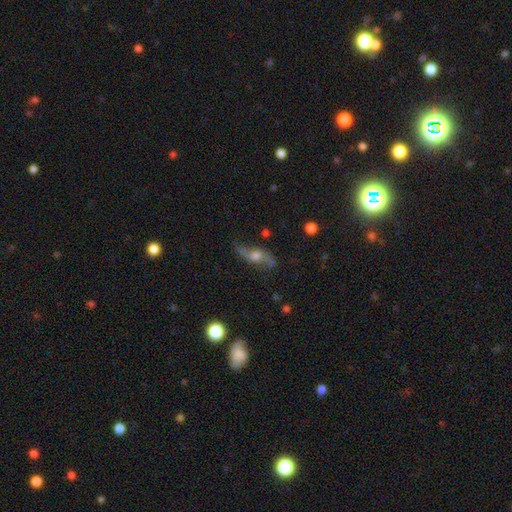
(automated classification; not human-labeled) This appears to be a featured or disk galaxy (74%) with no bar (68%), 2 (91%) loose (81%) spiral arms (91%) and a moderate central bulge (62%). Merging: none (74%).